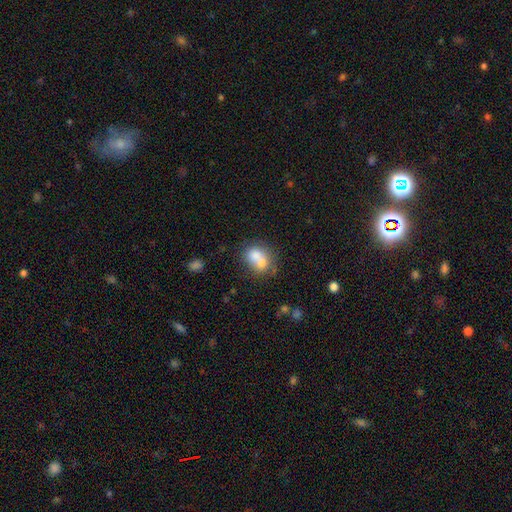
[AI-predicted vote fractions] smooth-or-featured: smooth: 70% | featured or disk: 21% | star or artifact: 10%
  how-rounded: round: 50% | in between: 49% | cigar-shaped: 1%
  merging: merger: 62% | none: 25% | minor disturbance: 9% | major disturbance: 5%